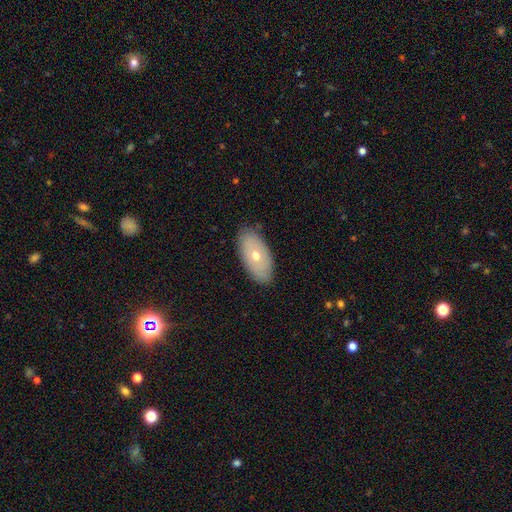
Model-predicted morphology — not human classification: This appears to be a smooth galaxy with no disk features (52%) that is in between round and cigar-shaped (93%). Merging: none (85%).